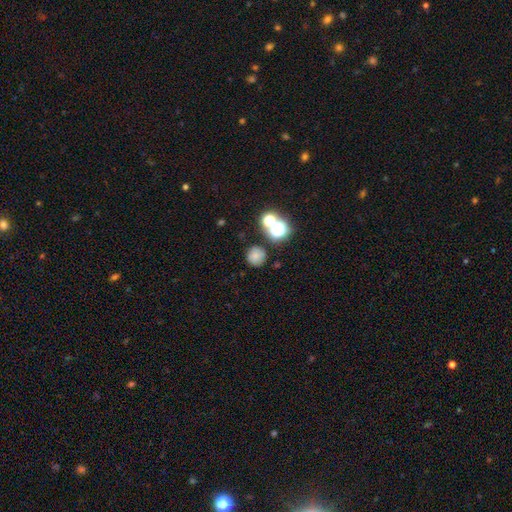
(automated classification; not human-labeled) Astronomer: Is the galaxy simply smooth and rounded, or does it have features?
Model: smooth — 73%.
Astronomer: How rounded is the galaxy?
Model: round — 91%.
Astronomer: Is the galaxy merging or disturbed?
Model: none — 78%.